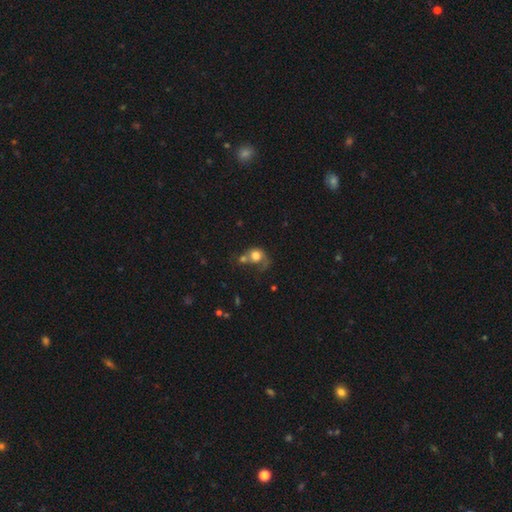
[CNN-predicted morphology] Smooth or featured: smooth — 59% (featured or disk — 32%)
How rounded: round — 71% (in between — 28%)
Merging: merger — 38% (major disturbance — 27%)